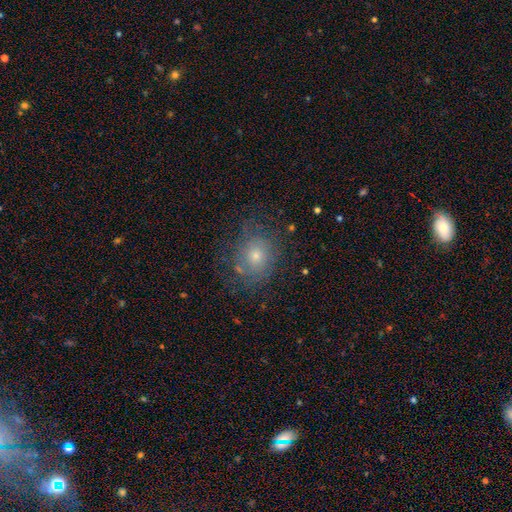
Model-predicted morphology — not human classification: smooth 51%, featured or disk 34%, star or artifact 15%. Down the decision tree: how rounded — round (59%); merging — none (69%).